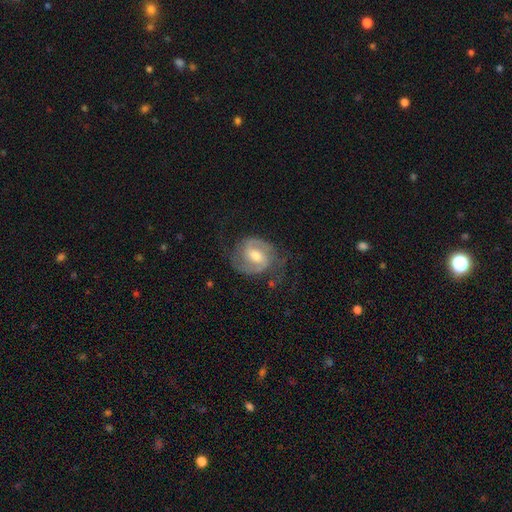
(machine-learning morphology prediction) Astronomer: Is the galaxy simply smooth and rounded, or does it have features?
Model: featured or disk — 86%.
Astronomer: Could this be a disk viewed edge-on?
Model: no — 98%.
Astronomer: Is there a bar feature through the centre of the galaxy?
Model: weak — 53%.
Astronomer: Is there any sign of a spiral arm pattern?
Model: yes — 96%.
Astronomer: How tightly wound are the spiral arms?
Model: medium — 51% (runner-up: tight, 34%).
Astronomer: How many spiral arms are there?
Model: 2 — 89%.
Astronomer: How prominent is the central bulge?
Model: moderate — 65%.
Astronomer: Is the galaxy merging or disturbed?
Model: none — 72%.